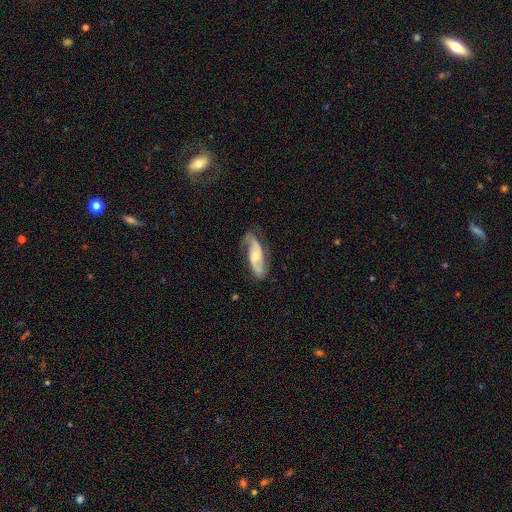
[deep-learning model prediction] Q: Smooth or featured?
A: featured or disk (73%); runner-up: smooth (22%)
Q: Edge-on disk?
A: no (90%); runner-up: yes (10%)
Q: Bar?
A: no (50%); runner-up: weak (37%)
Q: Spiral arms?
A: yes (93%); runner-up: no (7%)
Q: Spiral winding?
A: medium (42%); runner-up: loose (40%)
Q: Spiral arm count?
A: 2 (85%); runner-up: can't tell (7%)
Q: Bulge size?
A: moderate (51%); runner-up: small (34%)
Q: Merging?
A: none (66%); runner-up: minor disturbance (22%)